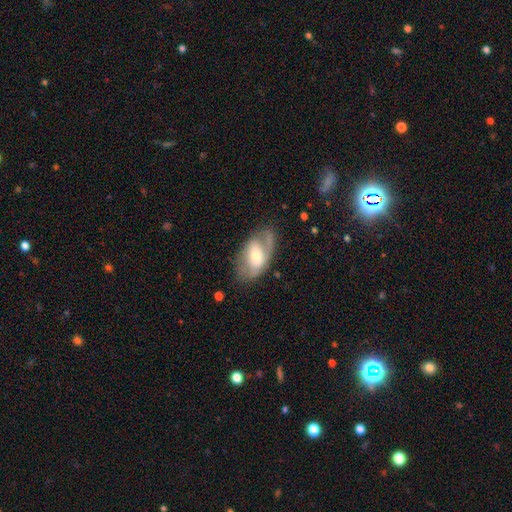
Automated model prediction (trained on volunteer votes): Morphology: type=featured or disk (62%); edge-on=no (92%); bar=no (44%); spiral arms=yes (70%); bulge=moderate (51%); merging=none (57%).